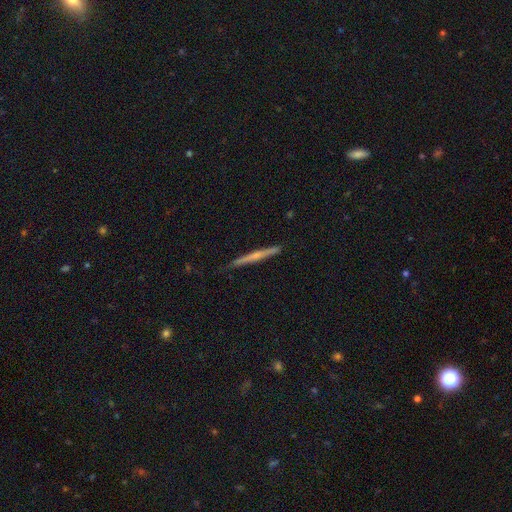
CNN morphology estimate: smooth_or_featured: featured or disk (p=0.59) [alt: smooth p=0.35]
disk_edge_on: yes (p=0.98) [alt: no p=0.02]
edge_on_bulge: rounded (p=0.51) [alt: none p=0.42]
merging: none (p=0.89) [alt: minor disturbance p=0.09]